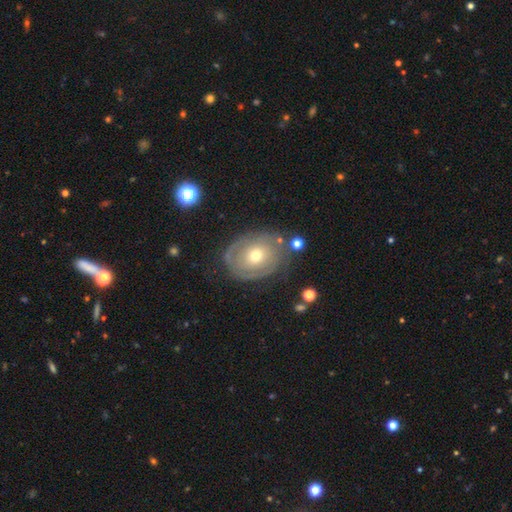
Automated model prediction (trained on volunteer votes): Smooth or featured?
  - featured or disk: 61% *
  - smooth: 31%
  - star or artifact: 8%
Edge-on disk?
  - no: 95% *
  - yes: 5%
Bar?
  - no: 84% *
  - weak: 13%
  - strong: 3%
Spiral arms?
  - yes: 66% *
  - no: 34%
Bulge size?
  - moderate: 53% *
  - small: 41%
  - large: 3%
  - dominant: 1%
  - none: 1%
Merging?
  - none: 66% *
  - minor disturbance: 20%
  - major disturbance: 10%
  - merger: 4%